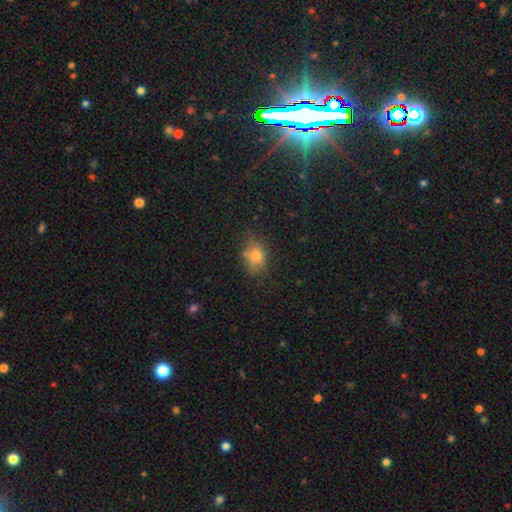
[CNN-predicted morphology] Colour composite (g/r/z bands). It shows a smooth galaxy with no disk features (75%) that is in between round and cigar-shaped (65%). Merging: none (70%).